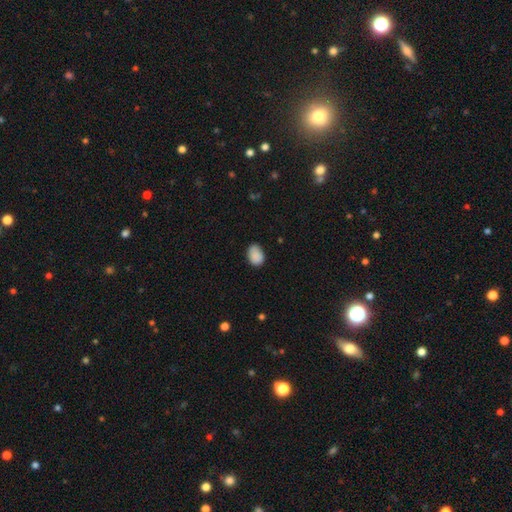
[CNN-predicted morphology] Overall: smooth (88%). How rounded: in between (73%). Merging: none (73%).